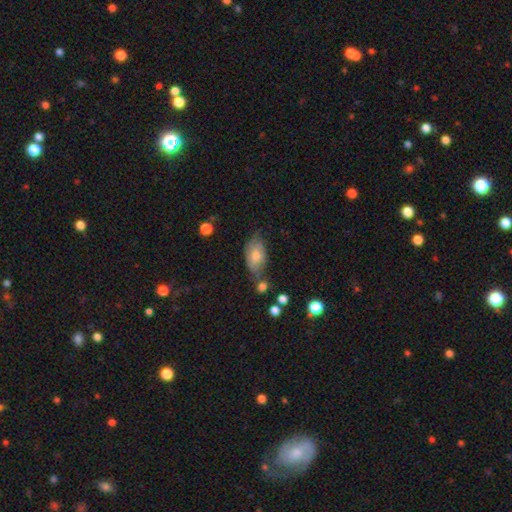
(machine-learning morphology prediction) type=smooth (64%); roundness=in between (91%); merging=none (54%).